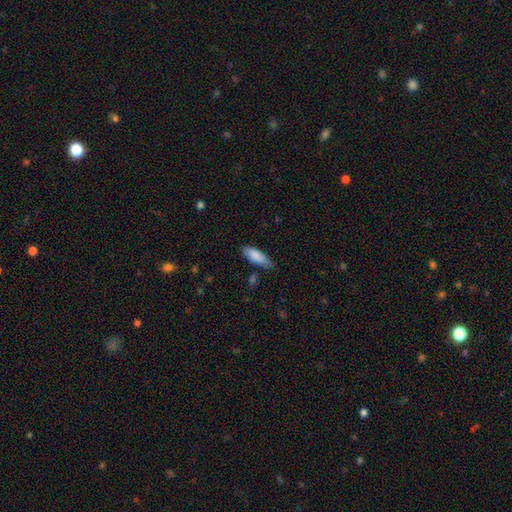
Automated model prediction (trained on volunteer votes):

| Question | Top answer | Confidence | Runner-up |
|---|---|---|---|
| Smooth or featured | smooth | 85% | featured or disk (9%) |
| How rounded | in between | 69% | cigar-shaped (29%) |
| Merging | none | 69% | minor disturbance (24%) |